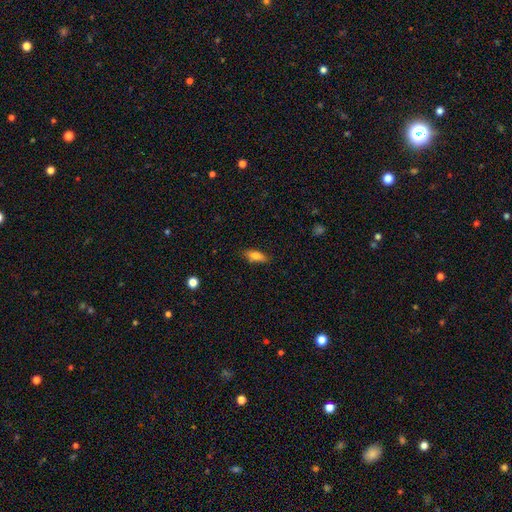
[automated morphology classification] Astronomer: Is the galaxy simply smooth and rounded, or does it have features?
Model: smooth — 77%.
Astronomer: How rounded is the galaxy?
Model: in between — 68%.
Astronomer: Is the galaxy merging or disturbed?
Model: none — 81%.